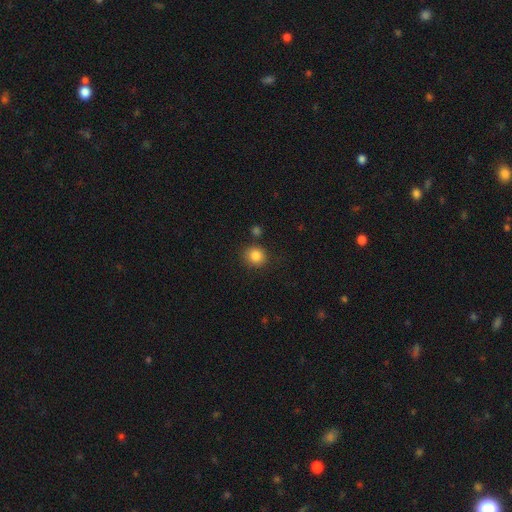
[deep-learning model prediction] Smooth or featured? smooth (85%)
How rounded? round (84%)
Merging? none (83%)